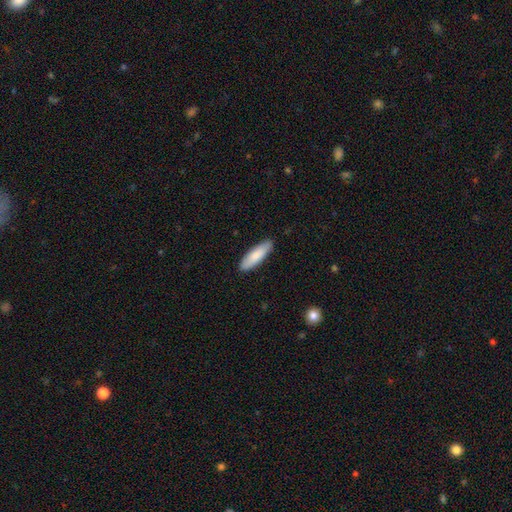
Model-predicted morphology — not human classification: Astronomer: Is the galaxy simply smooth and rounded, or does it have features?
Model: smooth — 84%.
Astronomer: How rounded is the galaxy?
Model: cigar-shaped — 51% (runner-up: in between, 47%).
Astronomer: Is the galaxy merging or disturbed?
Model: none — 87%.